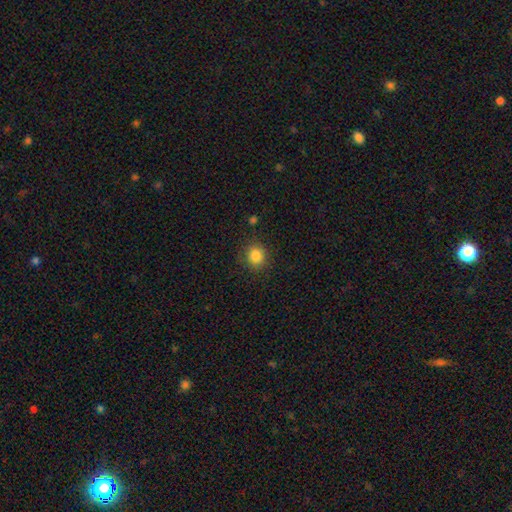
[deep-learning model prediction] A smooth galaxy with no disk features (85%) that is round (80%).

Vote fractions:
- Smooth or featured? smooth: 85% / star or artifact: 11% / featured or disk: 5%
- How rounded? round: 80% / in between: 19% / cigar-shaped: 1%
- Merging? none: 86% / minor disturbance: 9% / major disturbance: 3% / merger: 2%